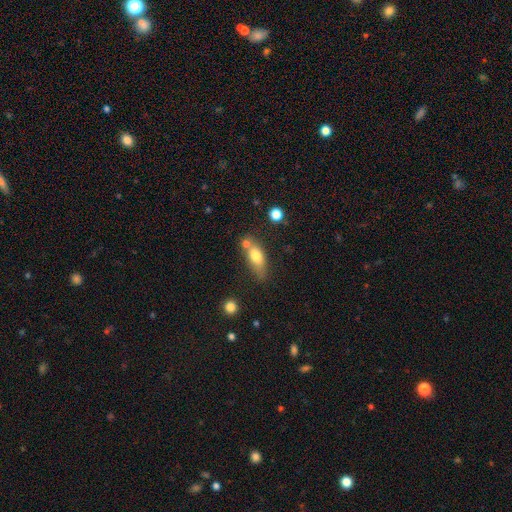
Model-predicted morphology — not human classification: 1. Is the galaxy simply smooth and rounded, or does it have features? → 73% smooth, 19% featured or disk, 8% star or artifact.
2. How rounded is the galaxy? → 73% in between, 20% cigar-shaped, 7% round.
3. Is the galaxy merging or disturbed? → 47% none, 26% merger, 20% minor disturbance, 7% major disturbance.